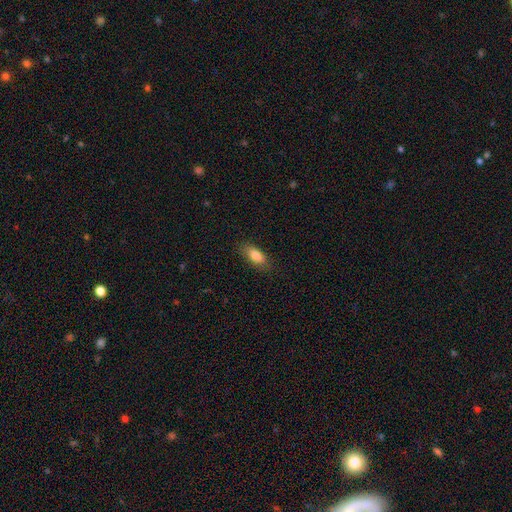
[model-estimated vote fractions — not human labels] Q: Smooth or featured?
A: smooth (83%); runner-up: featured or disk (10%)
Q: How rounded?
A: in between (84%); runner-up: cigar-shaped (13%)
Q: Merging?
A: none (83%); runner-up: minor disturbance (13%)